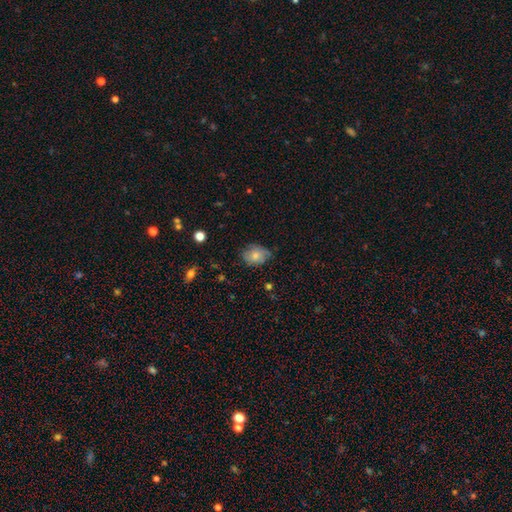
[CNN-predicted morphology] smooth 73%, featured or disk 18%, star or artifact 8%. Down the decision tree: how rounded — in between (63%); merging — none (64%).